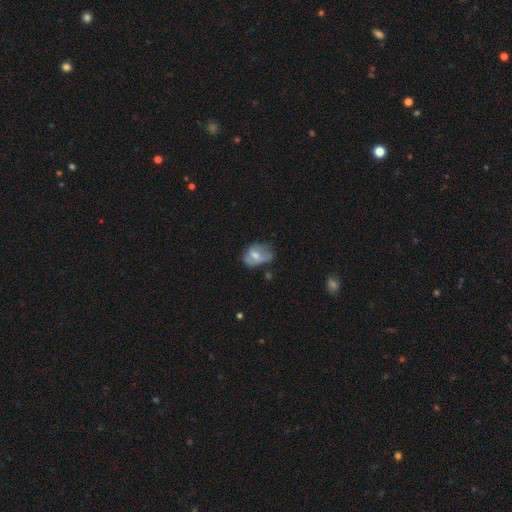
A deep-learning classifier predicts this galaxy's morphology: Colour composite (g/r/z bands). It shows a smooth galaxy with no disk features (54%) that is in between round and cigar-shaped (75%). Merging: minor disturbance (35%).